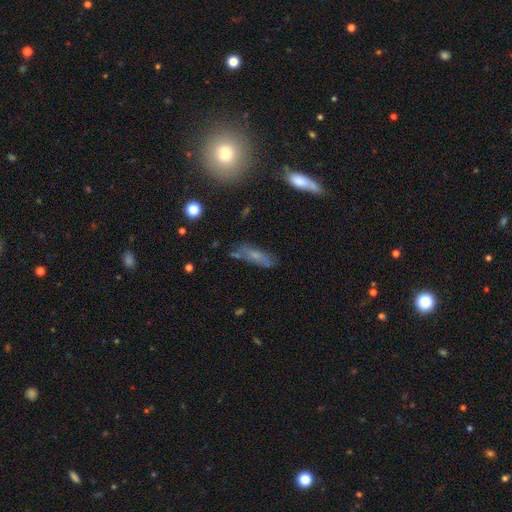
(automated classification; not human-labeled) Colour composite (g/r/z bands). It shows a smooth galaxy with no disk features (56%) that is in between round and cigar-shaped (49%). Merging: none (64%).